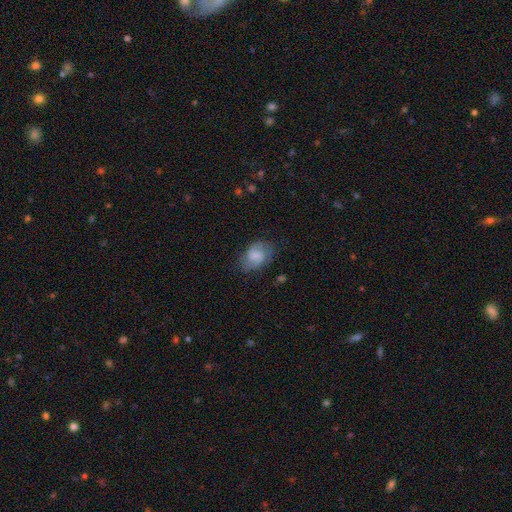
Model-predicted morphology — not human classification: smooth 58%, featured or disk 34%, star or artifact 8%. Down the decision tree: how rounded — in between (83%); merging — none (62%).